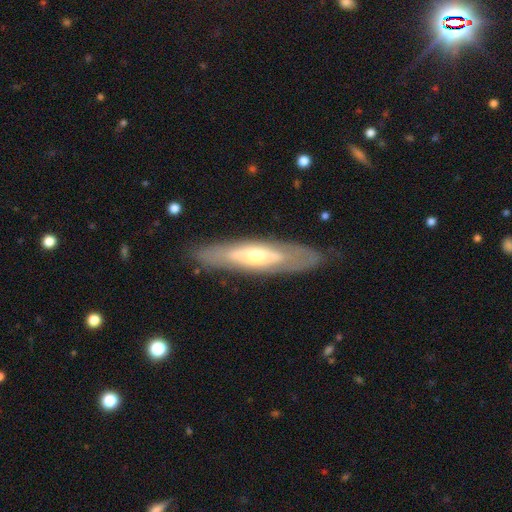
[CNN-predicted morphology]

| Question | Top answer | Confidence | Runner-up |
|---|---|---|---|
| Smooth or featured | featured or disk | 60% | smooth (34%) |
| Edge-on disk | no | 57% | yes (43%) |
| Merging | none | 82% | minor disturbance (12%) |